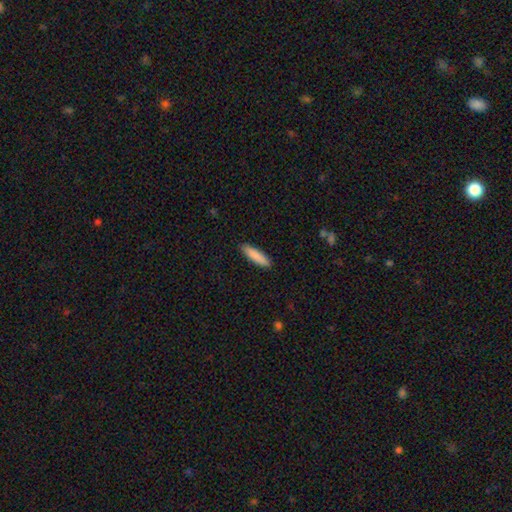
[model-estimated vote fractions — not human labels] smooth-or-featured: smooth: 86% | featured or disk: 9% | star or artifact: 6%
  how-rounded: cigar-shaped: 72% | in between: 27% | round: 1%
  merging: none: 90% | minor disturbance: 7% | major disturbance: 2% | merger: 1%